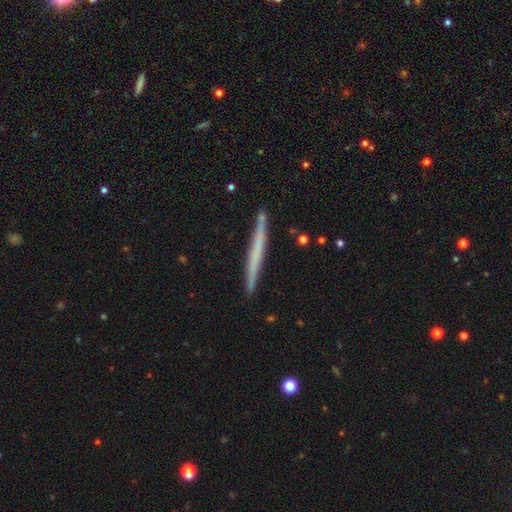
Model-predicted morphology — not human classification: smooth-or-featured: smooth: 47% | featured or disk: 46% | star or artifact: 7%
  merging: none: 89% | minor disturbance: 8% | major disturbance: 1% | merger: 1%